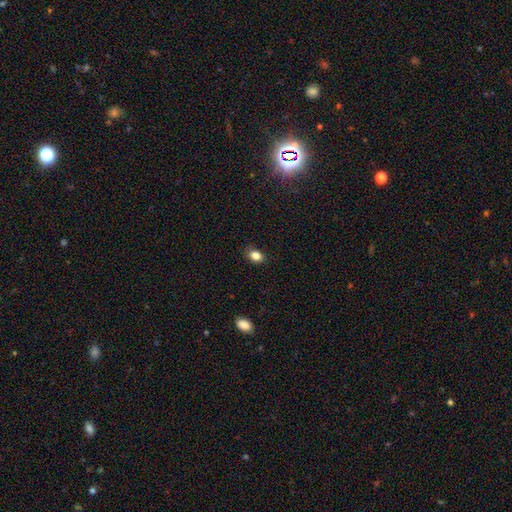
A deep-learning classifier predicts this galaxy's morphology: smooth_or_featured: smooth (p=0.84) [alt: star or artifact p=0.11]
how_rounded: in between (p=0.65) [alt: round p=0.34]
merging: none (p=0.82) [alt: minor disturbance p=0.14]